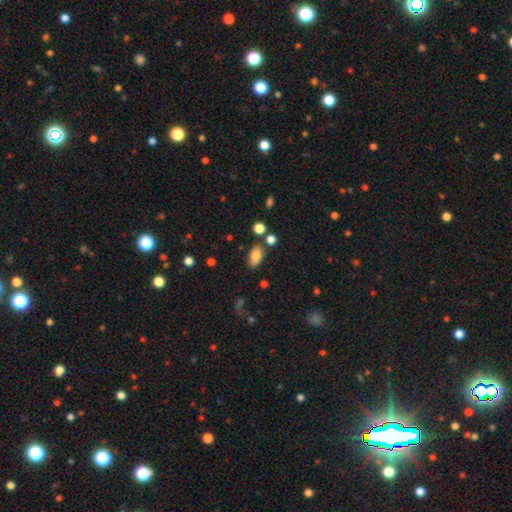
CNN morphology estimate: Smooth or featured?
  - smooth: 83% *
  - star or artifact: 10%
  - featured or disk: 8%
How rounded?
  - in between: 90% *
  - round: 5%
  - cigar-shaped: 5%
Merging?
  - none: 76% *
  - minor disturbance: 13%
  - merger: 7%
  - major disturbance: 4%